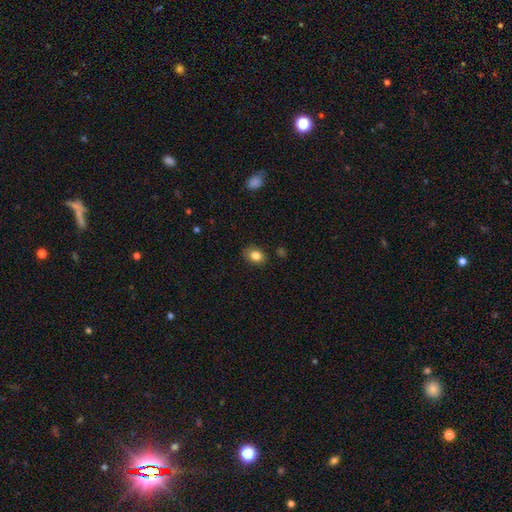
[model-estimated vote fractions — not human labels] smooth_or_featured: smooth (p=0.83) [alt: star or artifact p=0.10]
how_rounded: in between (p=0.68) [alt: round p=0.31]
merging: none (p=0.84) [alt: minor disturbance p=0.12]